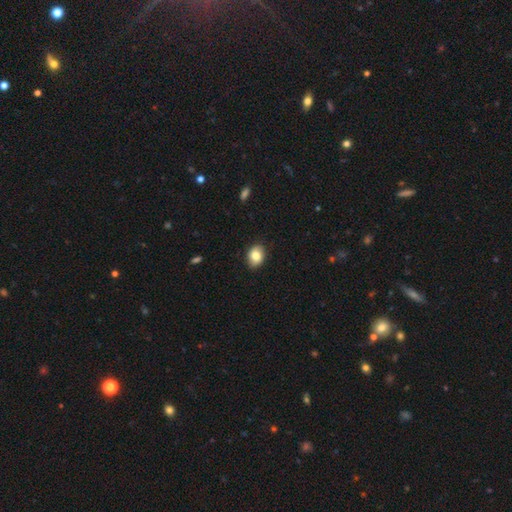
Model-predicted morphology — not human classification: A smooth galaxy with no disk features (82%) that is in between round and cigar-shaped (68%).

Vote fractions:
- Smooth or featured? smooth: 82% / featured or disk: 10% / star or artifact: 8%
- How rounded? in between: 68% / round: 31% / cigar-shaped: 1%
- Merging? none: 85% / minor disturbance: 12% / major disturbance: 2% / merger: 1%